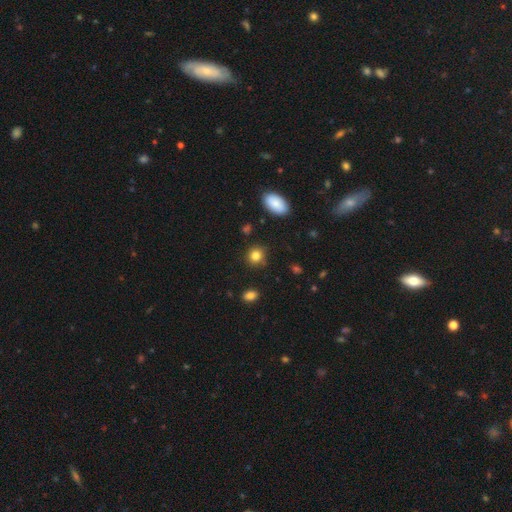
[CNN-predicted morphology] type=smooth (84%); roundness=round (83%); merging=none (84%).